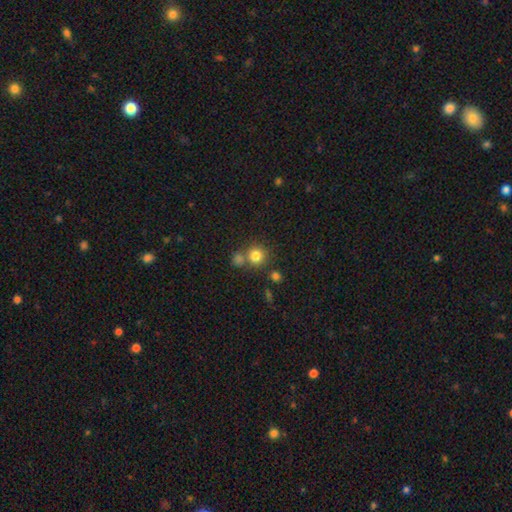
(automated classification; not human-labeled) smooth-or-featured: smooth: 81% | star or artifact: 12% | featured or disk: 7%
  how-rounded: round: 90% | in between: 9% | cigar-shaped: 1%
  merging: none: 64% | merger: 23% | minor disturbance: 9% | major disturbance: 4%